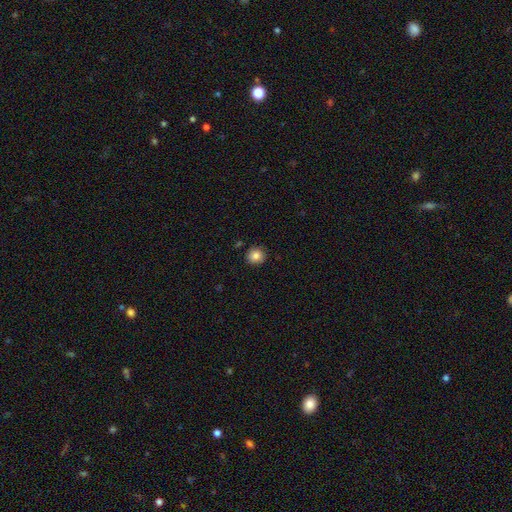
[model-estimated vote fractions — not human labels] smooth-or-featured: smooth: 85% | star or artifact: 10% | featured or disk: 5%
  how-rounded: round: 91% | in between: 8% | cigar-shaped: 1%
  merging: none: 88% | minor disturbance: 8% | merger: 2% | major disturbance: 2%